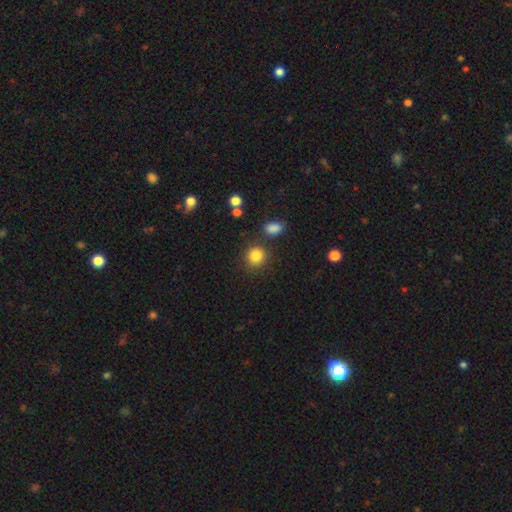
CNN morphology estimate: Smooth or featured? Predicted: smooth (p=0.84). How rounded? Predicted: round (p=0.86). Merging? Predicted: none (p=0.80).